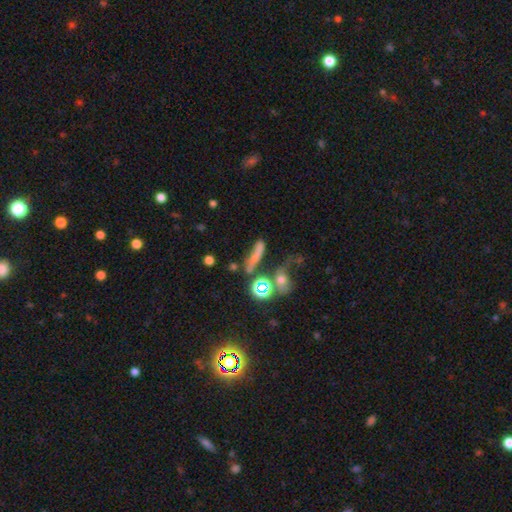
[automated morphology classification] A smooth galaxy with no disk features (52%) that is cigar-shaped (61%).

Vote fractions:
- Smooth or featured? smooth: 52% / star or artifact: 25% / featured or disk: 24%
- How rounded? cigar-shaped: 61% / in between: 23% / round: 16%
- Merging? none: 42% / merger: 22% / minor disturbance: 19% / major disturbance: 18%